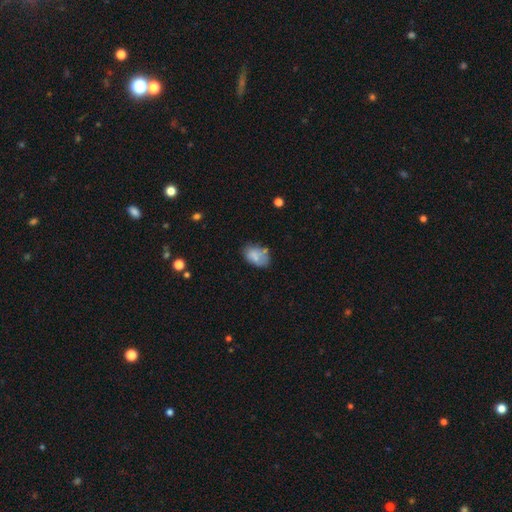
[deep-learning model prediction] Morphology: type=smooth (74%); roundness=in between (86%); merging=none (54%).